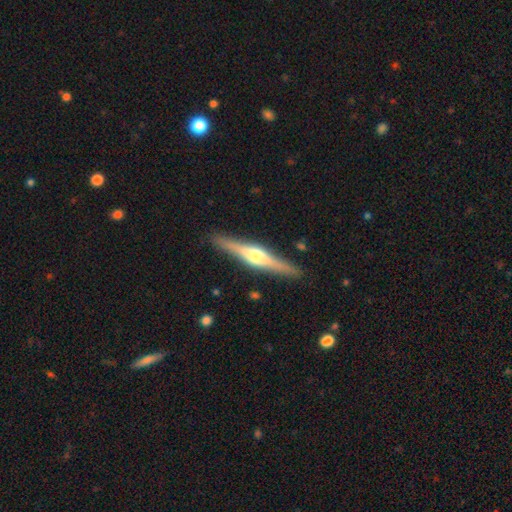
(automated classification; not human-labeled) Smooth or featured? Predicted: featured or disk (p=0.73). Edge-on disk? Predicted: yes (p=0.98). Edge-on bulge? Predicted: rounded (p=0.90). Merging? Predicted: none (p=0.90).